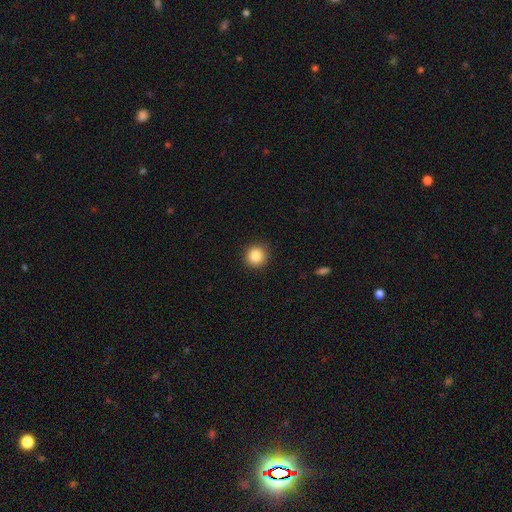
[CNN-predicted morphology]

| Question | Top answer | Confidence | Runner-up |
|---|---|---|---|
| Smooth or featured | smooth | 87% | star or artifact (10%) |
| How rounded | round | 93% | in between (6%) |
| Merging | none | 91% | minor disturbance (7%) |